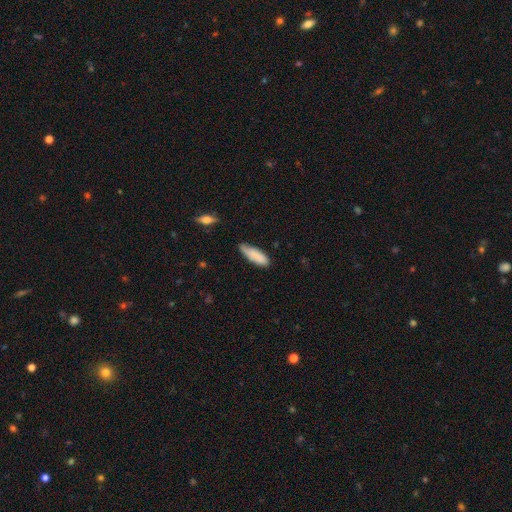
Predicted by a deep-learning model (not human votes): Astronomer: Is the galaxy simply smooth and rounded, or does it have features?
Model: smooth — 82%.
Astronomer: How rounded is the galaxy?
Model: in between — 52% (runner-up: cigar-shaped, 46%).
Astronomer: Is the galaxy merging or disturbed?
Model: none — 61%.